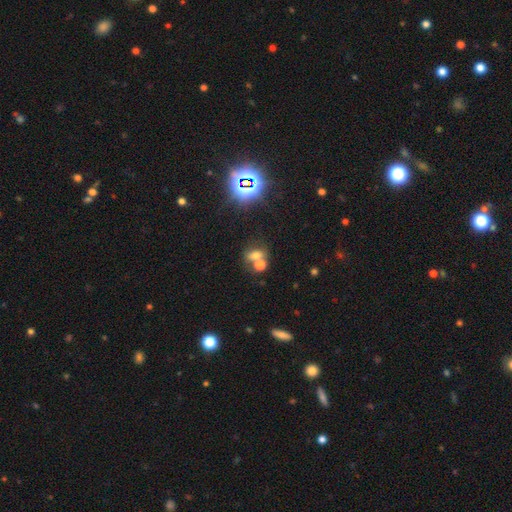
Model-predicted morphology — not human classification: smooth 61%, star or artifact 23%, featured or disk 17%. Down the decision tree: how rounded — in between (57%); merging — merger (48%).